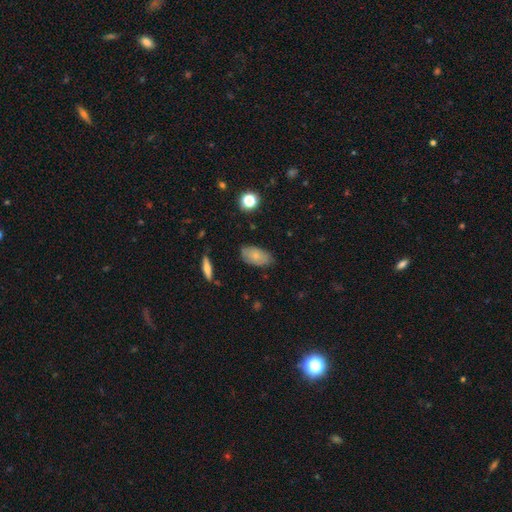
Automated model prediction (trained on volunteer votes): smooth_or_featured: smooth (p=0.73) [alt: featured or disk p=0.19]
how_rounded: in between (p=0.92) [alt: round p=0.04]
merging: none (p=0.75) [alt: minor disturbance p=0.19]